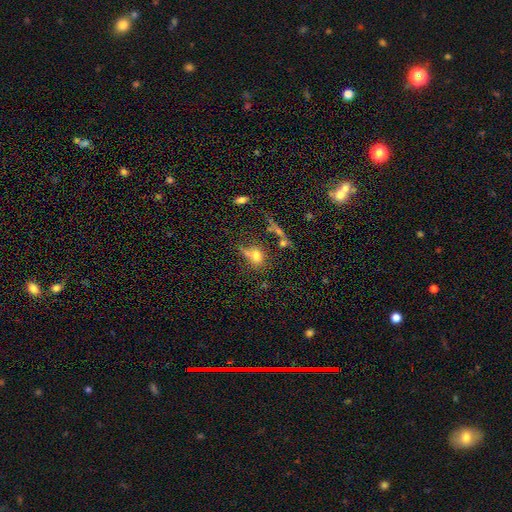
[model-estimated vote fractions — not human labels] Q: Smooth or featured?
A: smooth (67%); runner-up: featured or disk (17%)
Q: How rounded?
A: in between (48%); runner-up: round (46%)
Q: Merging?
A: none (45%); runner-up: minor disturbance (20%)